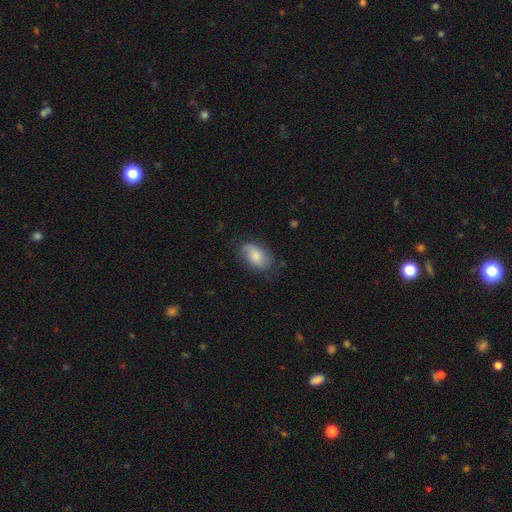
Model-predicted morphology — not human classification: Smooth or featured: smooth — 68% (featured or disk — 25%)
How rounded: in between — 92% (round — 6%)
Merging: none — 67% (minor disturbance — 24%)